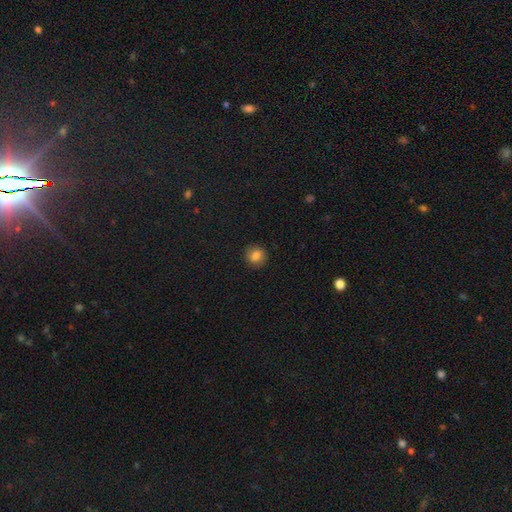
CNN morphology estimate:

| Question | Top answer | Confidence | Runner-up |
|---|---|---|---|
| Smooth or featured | smooth | 81% | star or artifact (11%) |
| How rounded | round | 85% | in between (14%) |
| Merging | none | 87% | minor disturbance (9%) |